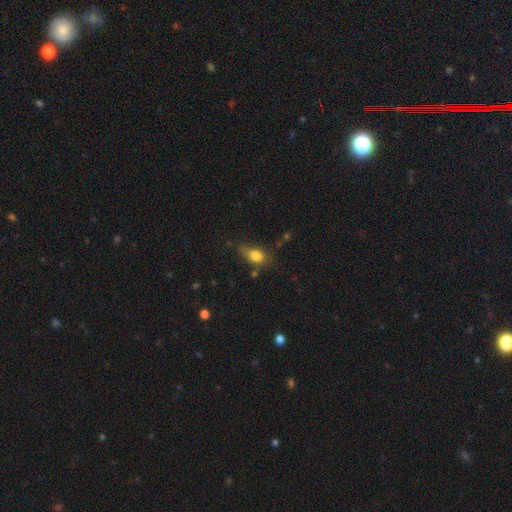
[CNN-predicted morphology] smooth_or_featured: smooth (p=0.80) [alt: featured or disk p=0.10]
how_rounded: in between (p=0.69) [alt: round p=0.27]
merging: none (p=0.46) [alt: minor disturbance p=0.35]